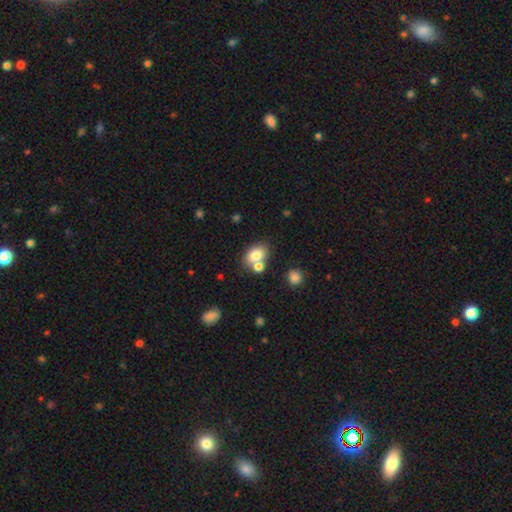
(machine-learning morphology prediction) smooth-or-featured: smooth: 78% | featured or disk: 13% | star or artifact: 10%
  how-rounded: in between: 75% | round: 24% | cigar-shaped: 1%
  merging: none: 48% | merger: 36% | minor disturbance: 12% | major disturbance: 4%